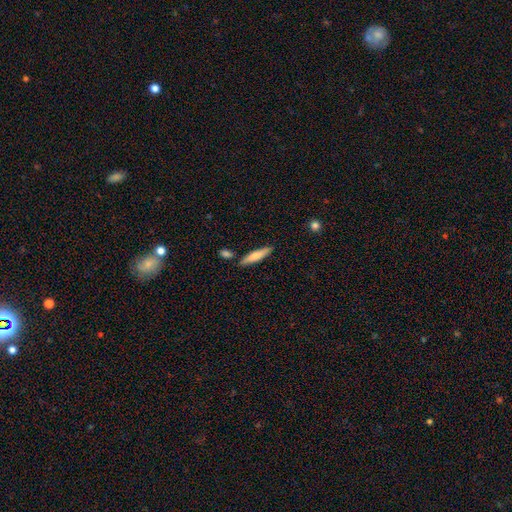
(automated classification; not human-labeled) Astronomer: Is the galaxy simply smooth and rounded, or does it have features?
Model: smooth — 70%.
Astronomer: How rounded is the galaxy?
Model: cigar-shaped — 81%.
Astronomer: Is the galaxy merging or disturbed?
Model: none — 83%.